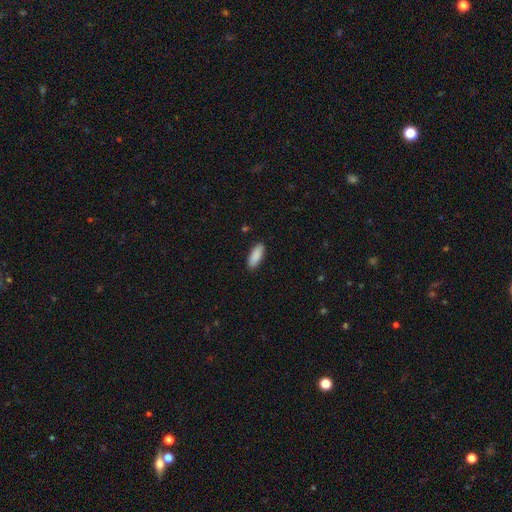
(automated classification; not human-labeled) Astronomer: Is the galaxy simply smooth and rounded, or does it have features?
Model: smooth — 90%.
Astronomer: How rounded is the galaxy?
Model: in between — 77%.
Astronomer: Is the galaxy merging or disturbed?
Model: none — 89%.